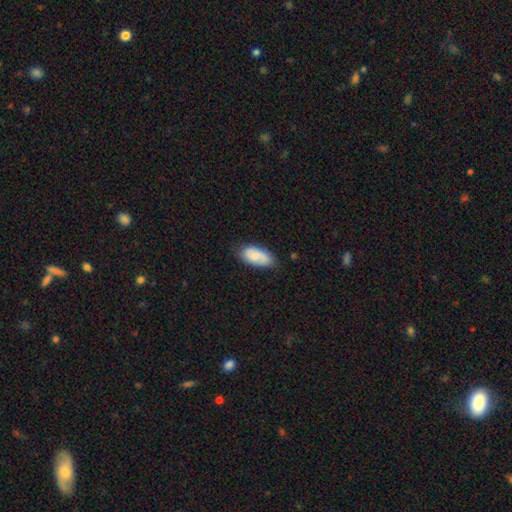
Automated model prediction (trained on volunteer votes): Overall: smooth (60%; featured or disk 34%). How rounded: in between (92%). Merging: none (76%).